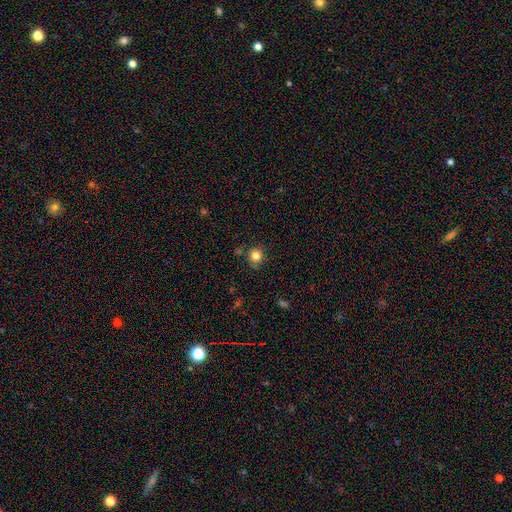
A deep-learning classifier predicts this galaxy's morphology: This is clearly a smooth galaxy (82%). How rounded: clearly round (89%). Merging: likely none (79%).